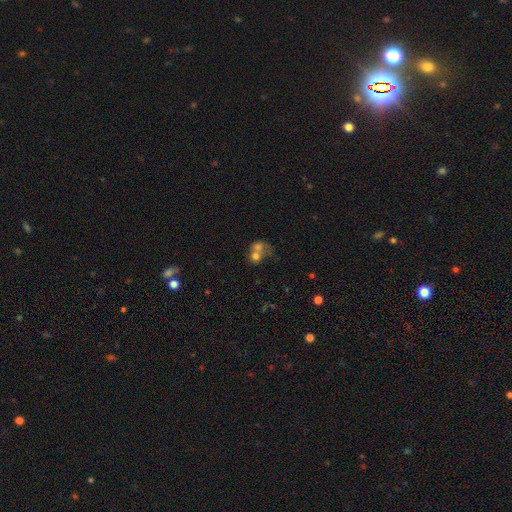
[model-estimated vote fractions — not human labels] Smooth or featured?
  - smooth: 61% *
  - featured or disk: 25%
  - star or artifact: 13%
How rounded?
  - round: 66% *
  - in between: 33%
  - cigar-shaped: 1%
Merging?
  - merger: 70% *
  - none: 18%
  - major disturbance: 7%
  - minor disturbance: 6%